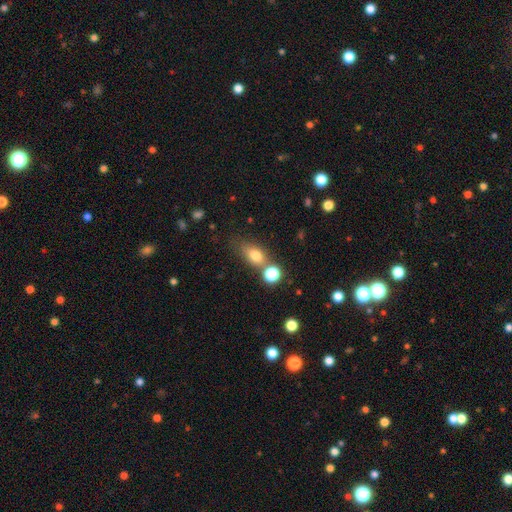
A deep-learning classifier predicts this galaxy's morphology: smooth_or_featured: smooth (p=0.75) [alt: star or artifact p=0.13]
how_rounded: in between (p=0.70) [alt: round p=0.25]
merging: none (p=0.52) [alt: merger p=0.24]